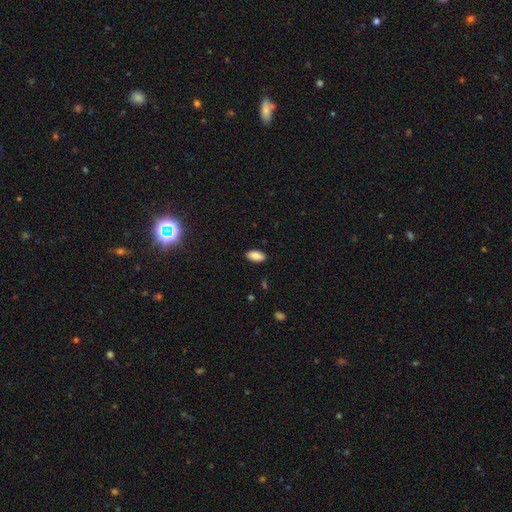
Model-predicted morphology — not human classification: A smooth galaxy with no disk features (88%) that is in between round and cigar-shaped (92%). Merging: none (88%).